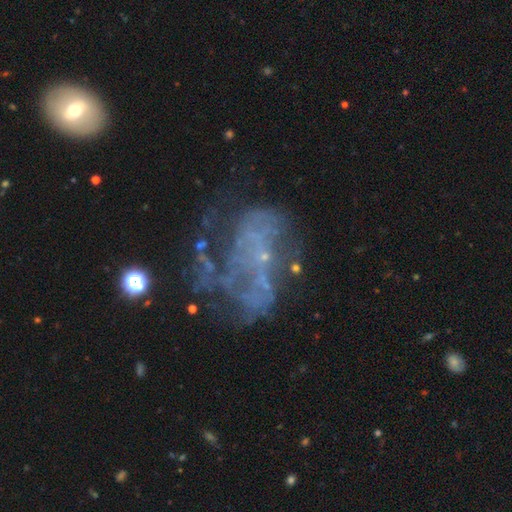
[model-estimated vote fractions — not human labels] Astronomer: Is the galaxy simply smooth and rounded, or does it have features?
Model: featured or disk — 72%.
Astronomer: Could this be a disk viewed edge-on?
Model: no — 97%.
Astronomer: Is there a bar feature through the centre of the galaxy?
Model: no — 76%.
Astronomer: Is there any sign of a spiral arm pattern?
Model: yes — 53% (runner-up: no, 47%).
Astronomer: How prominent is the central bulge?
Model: small — 48% (runner-up: none, 43%).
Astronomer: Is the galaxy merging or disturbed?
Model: major disturbance — 45% (runner-up: none, 28%).